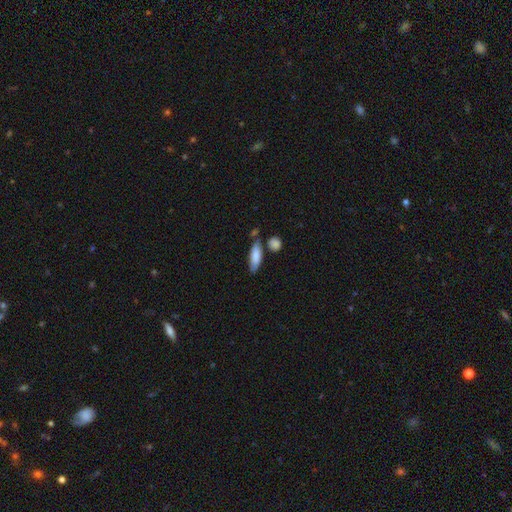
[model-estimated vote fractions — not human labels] This is clearly a smooth galaxy (82%). How rounded: likely in between (61%). Merging: likely none (65%).